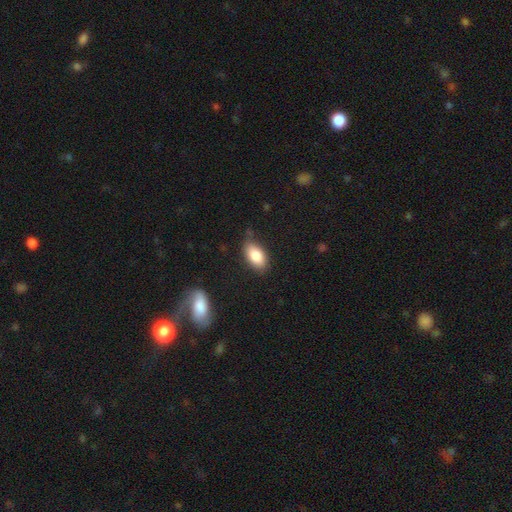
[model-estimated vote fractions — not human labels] Smooth or featured?
  - smooth: 85% *
  - featured or disk: 8%
  - star or artifact: 7%
How rounded?
  - in between: 93% *
  - round: 4%
  - cigar-shaped: 3%
Merging?
  - none: 78% *
  - minor disturbance: 16%
  - major disturbance: 3%
  - merger: 3%